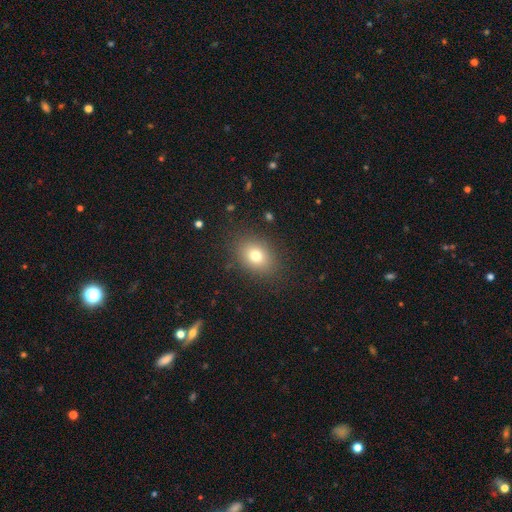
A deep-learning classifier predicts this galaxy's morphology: This appears to be a smooth galaxy with no disk features (77%) that is in between round and cigar-shaped (63%). Merging: none (85%).